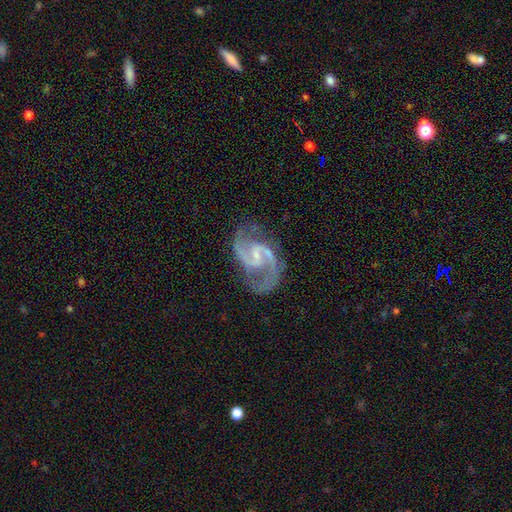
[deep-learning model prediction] Overall: featured or disk (93%). Edge-on disk: no (98%). Bar: weak (55%; no 23%). Spiral arms: yes (98%). Spiral arm count: 2 (93%). Spiral winding: medium (62%; loose 26%). Bulge size: small (66%). Merging: none (72%).